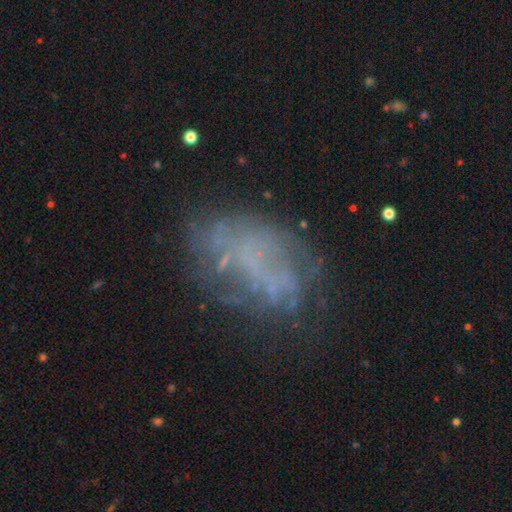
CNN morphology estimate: Q: Smooth or featured?
A: featured or disk (53%); runner-up: smooth (29%)
Q: Edge-on disk?
A: no (97%); runner-up: yes (3%)
Q: Bar?
A: no (87%); runner-up: weak (9%)
Q: Spiral arms?
A: no (83%); runner-up: yes (17%)
Q: Bulge size?
A: none (85%); runner-up: small (8%)
Q: Merging?
A: none (54%); runner-up: major disturbance (22%)